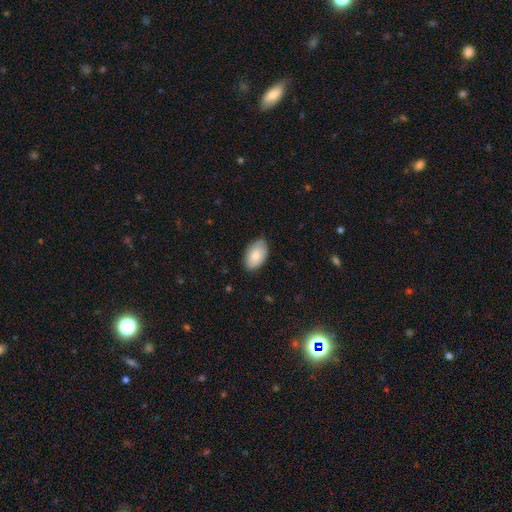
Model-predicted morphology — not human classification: smooth 80%, featured or disk 14%, star or artifact 6%. Down the decision tree: how rounded — in between (94%); merging — none (81%).